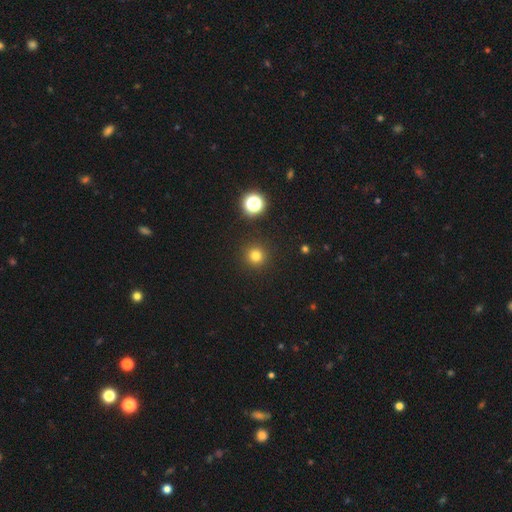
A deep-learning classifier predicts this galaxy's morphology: This appears to be a smooth galaxy with no disk features (78%) that is round (95%). Merging: none (92%).